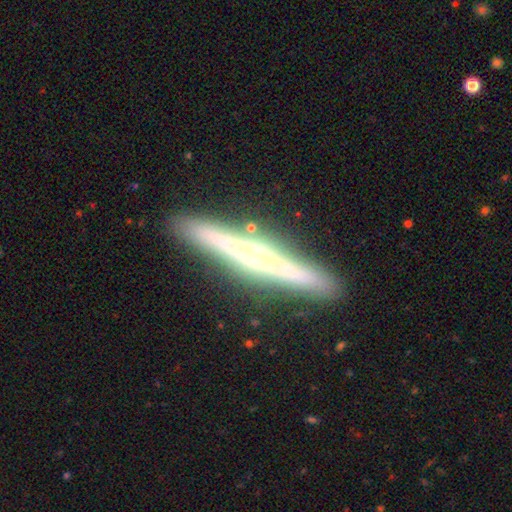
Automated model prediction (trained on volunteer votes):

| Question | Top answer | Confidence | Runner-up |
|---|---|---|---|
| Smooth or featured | featured or disk | 76% | smooth (18%) |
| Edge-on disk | yes | 97% | no (3%) |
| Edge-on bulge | rounded | 70% | none (22%) |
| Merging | none | 89% | minor disturbance (8%) |